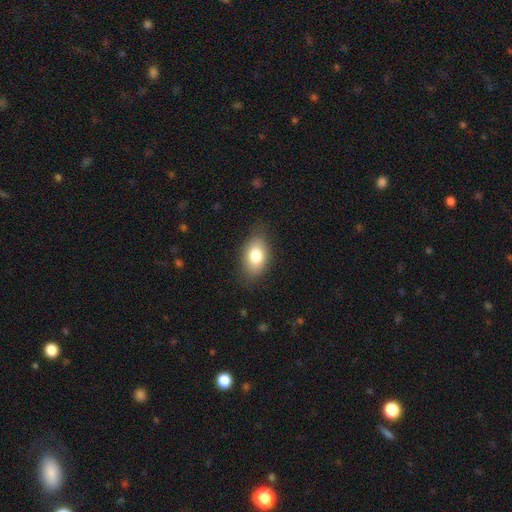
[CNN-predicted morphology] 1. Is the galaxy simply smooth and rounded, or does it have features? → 80% smooth, 13% featured or disk, 8% star or artifact.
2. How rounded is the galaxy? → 88% in between, 11% round, 2% cigar-shaped.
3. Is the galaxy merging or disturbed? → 80% none, 15% minor disturbance, 4% major disturbance, 1% merger.